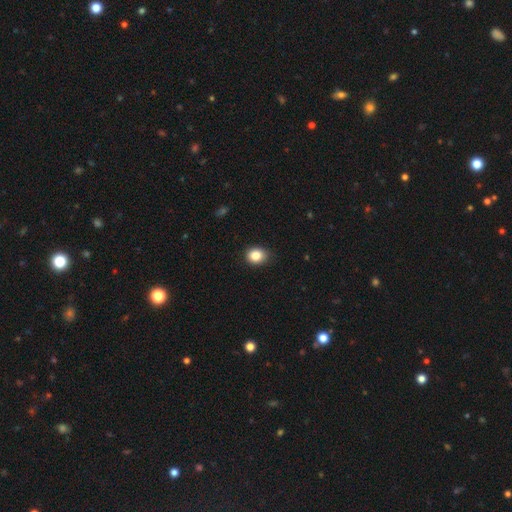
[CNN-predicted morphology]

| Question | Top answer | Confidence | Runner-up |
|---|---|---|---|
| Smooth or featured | smooth | 85% | star or artifact (10%) |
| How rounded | round | 59% | in between (40%) |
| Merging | none | 85% | minor disturbance (12%) |